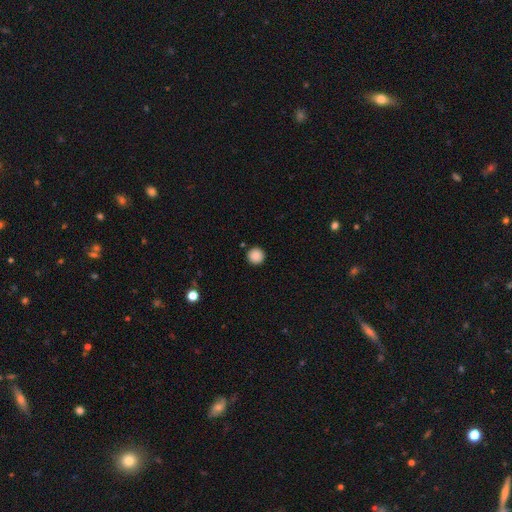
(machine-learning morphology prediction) This is clearly a smooth galaxy (88%). How rounded: clearly round (96%). Merging: clearly none (92%).